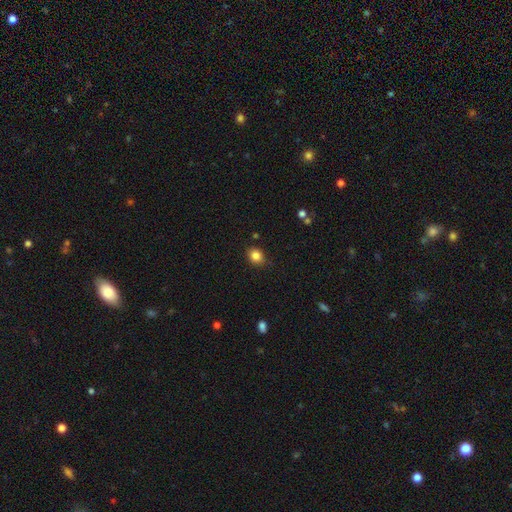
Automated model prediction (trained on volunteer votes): Smooth or featured: smooth — 84% (star or artifact — 11%)
How rounded: round — 60% (in between — 39%)
Merging: none — 84% (minor disturbance — 12%)